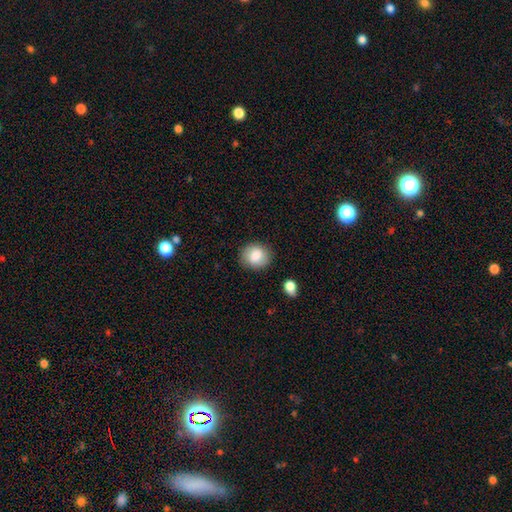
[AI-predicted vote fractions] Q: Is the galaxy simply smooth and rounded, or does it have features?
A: smooth — 84%.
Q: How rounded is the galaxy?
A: round — 69%.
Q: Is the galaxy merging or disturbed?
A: none — 84%.